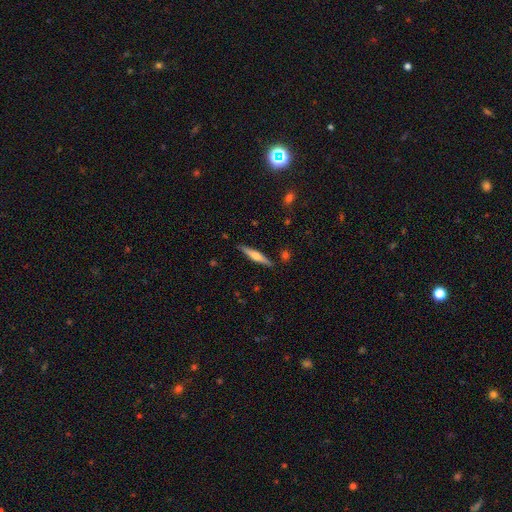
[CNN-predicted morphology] This is likely a featured or disk galaxy (60%). It is clearly viewed edge-on (97%). Edge-on bulge: clearly rounded (89%). Merging: clearly none (89%).